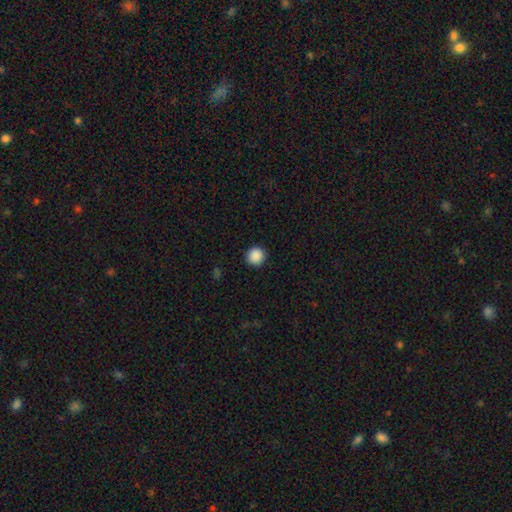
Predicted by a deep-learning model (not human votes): This appears to be a smooth galaxy with no disk features (89%) that is round (96%). Merging: none (92%).